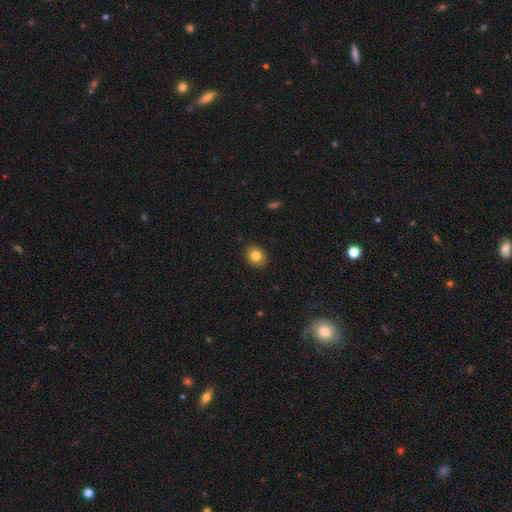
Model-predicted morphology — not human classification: Smooth or featured? Predicted: smooth (p=0.82). How rounded? Predicted: round (p=0.57). Merging? Predicted: none (p=0.89).